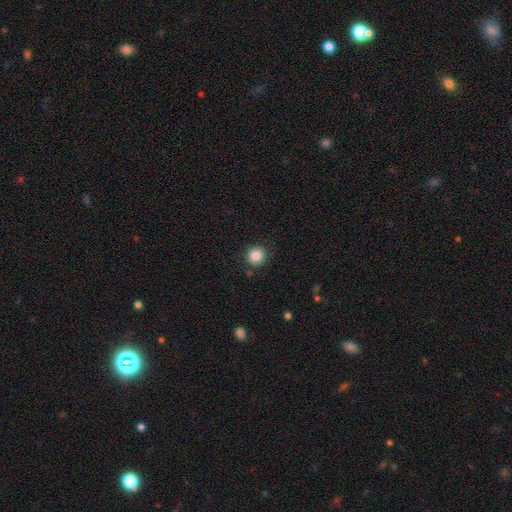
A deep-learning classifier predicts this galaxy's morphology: This is clearly a smooth galaxy (85%). How rounded: clearly round (93%). Merging: clearly none (88%).